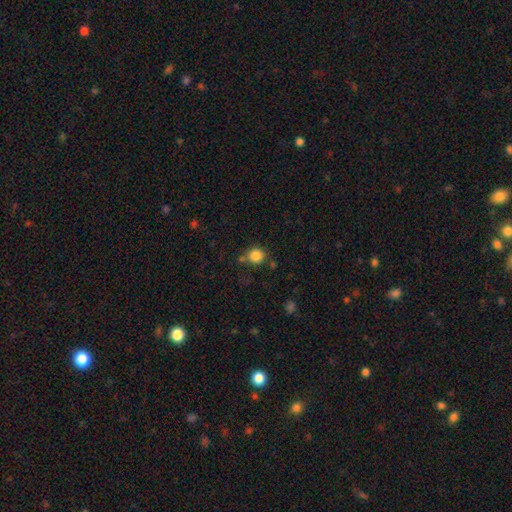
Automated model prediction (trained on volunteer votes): A smooth galaxy with no disk features (84%) that is round (88%). Merging: none (71%).